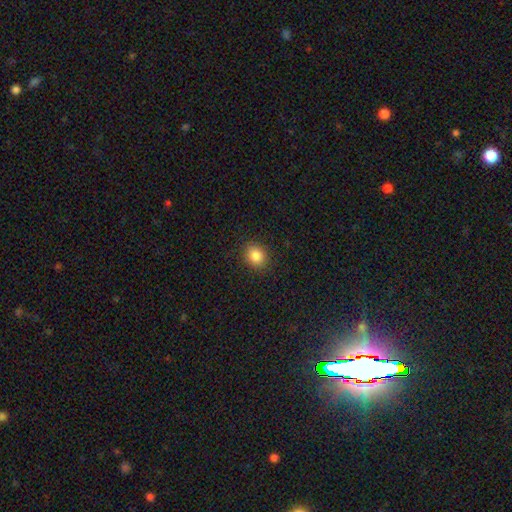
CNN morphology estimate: The model was most divided on "how rounded": round: 59%, in between: 40%, cigar-shaped: 1%. More confident: merging — none (88%); smooth or featured — smooth (86%).